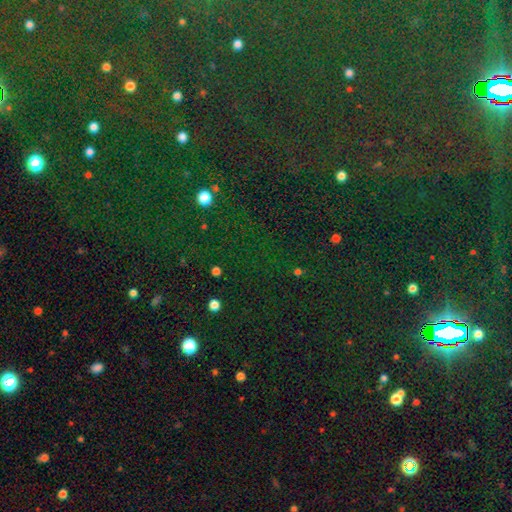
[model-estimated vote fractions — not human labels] Q: Smooth or featured?
A: star or artifact (84%); runner-up: smooth (9%)